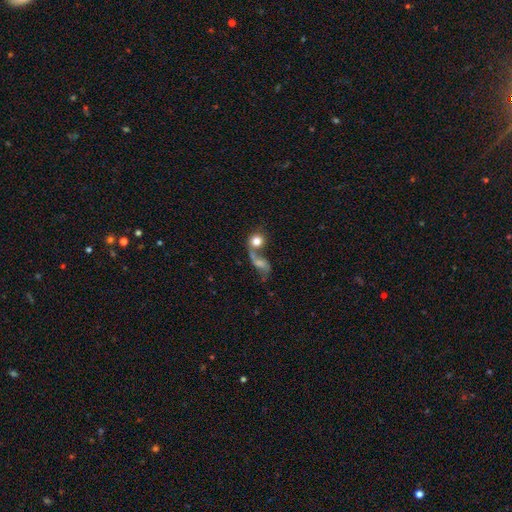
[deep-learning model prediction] This is possibly a featured or disk galaxy (48%). Merging: possibly merger (50%).